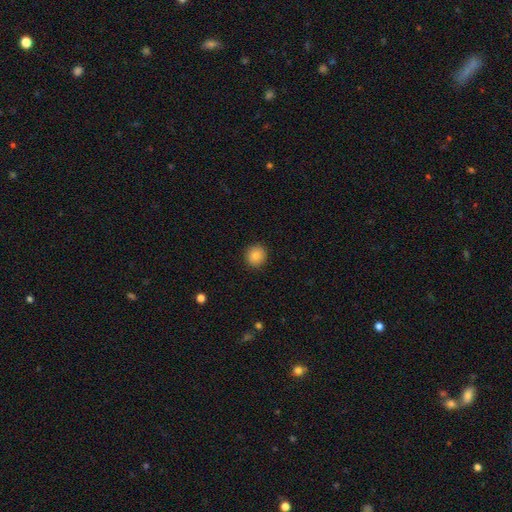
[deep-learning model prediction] Morphology: type=smooth (85%); roundness=round (88%); merging=none (91%).